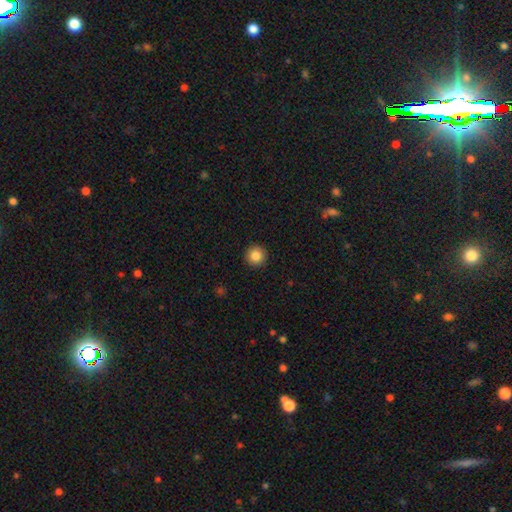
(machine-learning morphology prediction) The model was most divided on "smooth or featured": smooth: 86%, star or artifact: 10%, featured or disk: 5%. More confident: how rounded — round (96%); merging — none (93%).